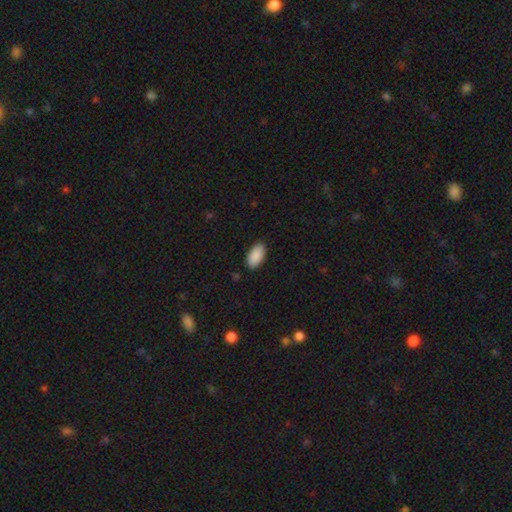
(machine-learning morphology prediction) Smooth or featured: smooth — 90% (star or artifact — 6%)
How rounded: in between — 95% (cigar-shaped — 2%)
Merging: none — 88% (minor disturbance — 9%)